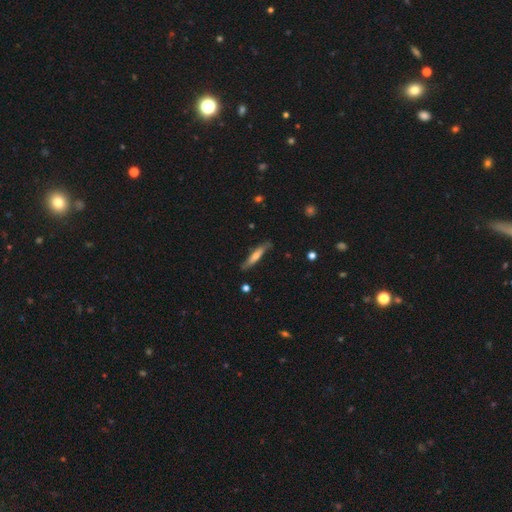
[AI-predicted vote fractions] smooth-or-featured: smooth: 53% | featured or disk: 41% | star or artifact: 6%
  how-rounded: cigar-shaped: 88% | in between: 11% | round: 2%
  merging: none: 78% | minor disturbance: 17% | major disturbance: 3% | merger: 2%